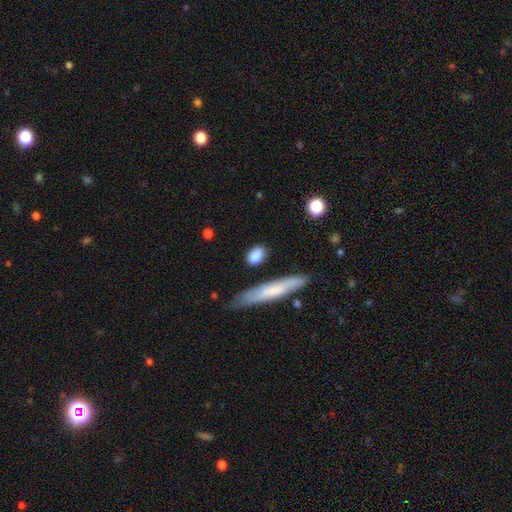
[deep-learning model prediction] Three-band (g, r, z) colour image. It shows a smooth galaxy with no disk features (85%) that is in between round and cigar-shaped (64%). Merging: none (78%).